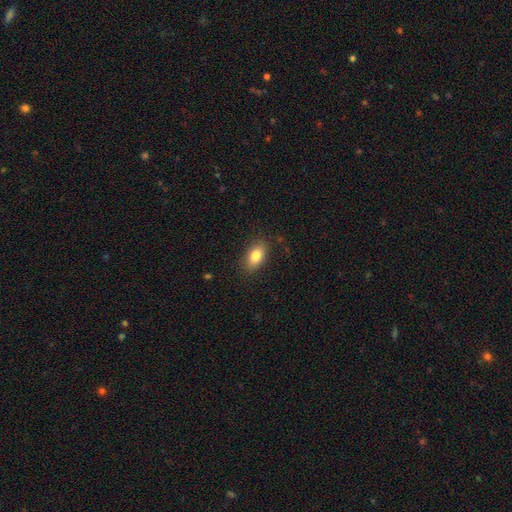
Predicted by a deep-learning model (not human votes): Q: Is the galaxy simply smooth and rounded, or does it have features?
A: smooth — 82%.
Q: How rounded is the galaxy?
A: in between — 89%.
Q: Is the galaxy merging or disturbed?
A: none — 86%.